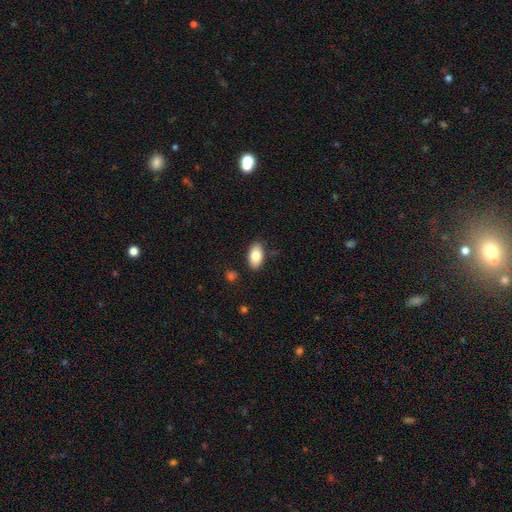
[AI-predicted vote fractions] Overall: smooth (82%). How rounded: in between (93%). Merging: none (85%).